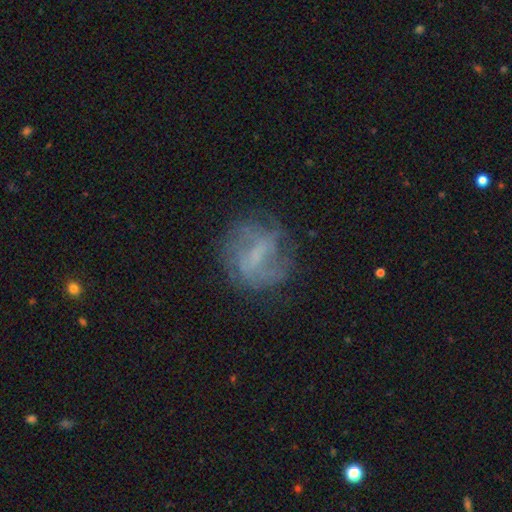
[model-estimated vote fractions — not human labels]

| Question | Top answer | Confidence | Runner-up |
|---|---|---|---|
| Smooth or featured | featured or disk | 61% | smooth (27%) |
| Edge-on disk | no | 97% | yes (3%) |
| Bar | weak | 48% | no (29%) |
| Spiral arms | yes | 66% | no (34%) |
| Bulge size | none | 47% | small (30%) |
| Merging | none | 66% | minor disturbance (19%) |